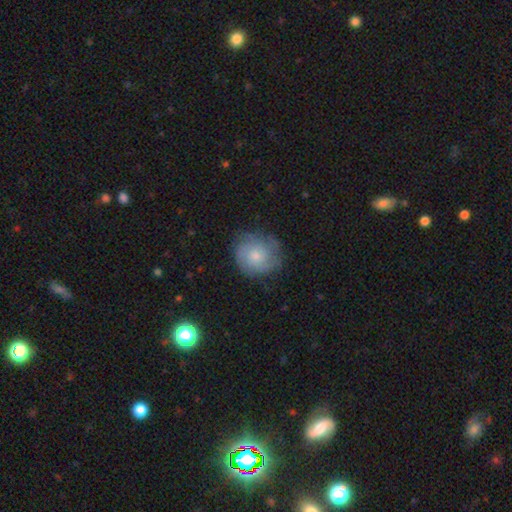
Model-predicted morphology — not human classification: Smooth or featured? Predicted: featured or disk (p=0.51). Edge-on disk? Predicted: no (p=0.97). Merging? Predicted: none (p=0.74).